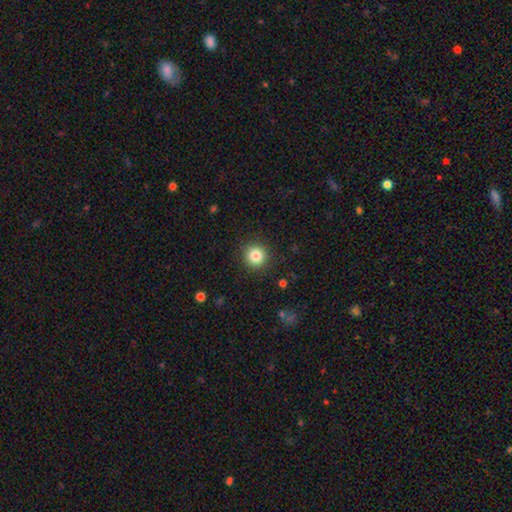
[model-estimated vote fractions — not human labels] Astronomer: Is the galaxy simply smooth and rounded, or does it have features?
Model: smooth — 84%.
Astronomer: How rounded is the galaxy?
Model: round — 94%.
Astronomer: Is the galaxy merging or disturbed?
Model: none — 91%.